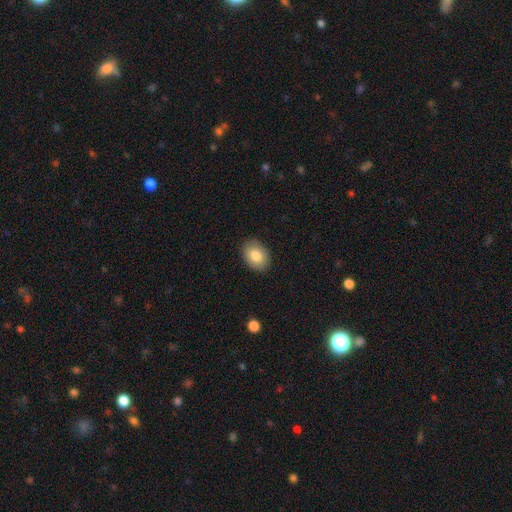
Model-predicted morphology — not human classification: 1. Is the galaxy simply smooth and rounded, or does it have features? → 84% smooth, 9% featured or disk, 7% star or artifact.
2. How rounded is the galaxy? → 78% in between, 21% round, 1% cigar-shaped.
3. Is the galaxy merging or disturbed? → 88% none, 9% minor disturbance, 2% major disturbance, 1% merger.